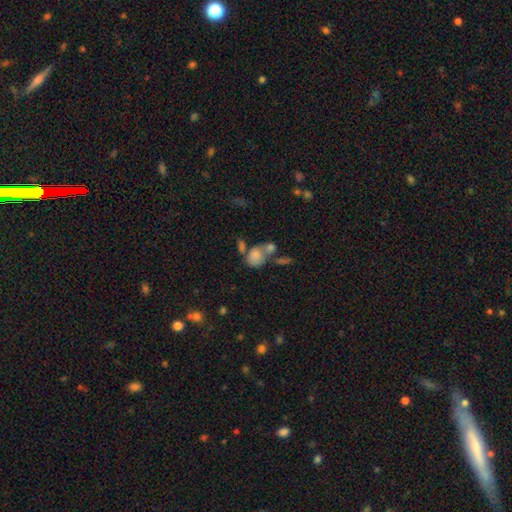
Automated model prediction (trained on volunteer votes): A smooth galaxy with no disk features (76%) that is in between round and cigar-shaped (53%).

Vote fractions:
- Smooth or featured? smooth: 76% / featured or disk: 14% / star or artifact: 10%
- How rounded? in between: 53% / round: 45% / cigar-shaped: 2%
- Merging? merger: 50% / none: 30% / minor disturbance: 12% / major disturbance: 9%